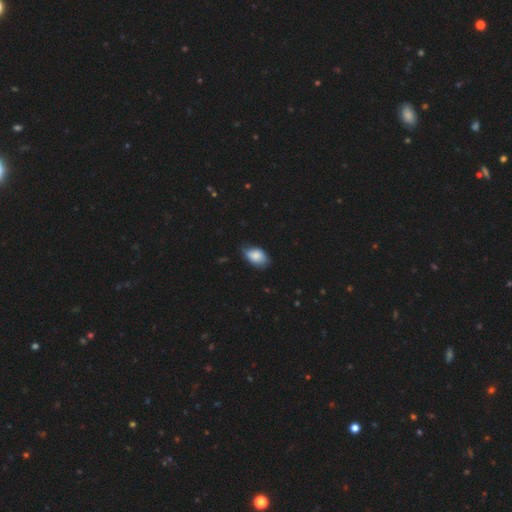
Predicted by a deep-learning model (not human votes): The model was most divided on "merging": none: 62%, minor disturbance: 32%, major disturbance: 4%, merger: 1%. More confident: how rounded — in between (90%); smooth or featured — smooth (83%).